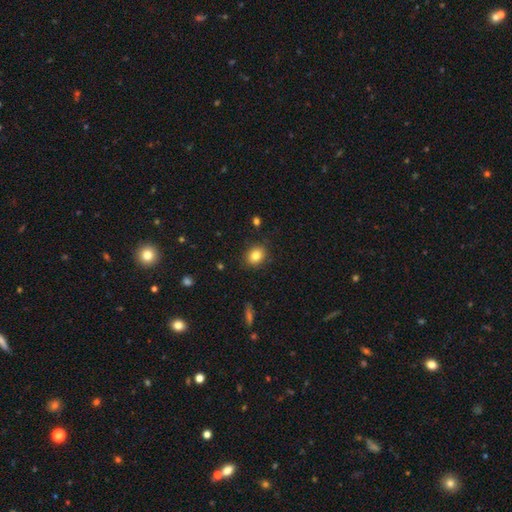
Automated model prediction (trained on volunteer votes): Smooth or featured: smooth — 82% (star or artifact — 10%)
How rounded: round — 60% (in between — 39%)
Merging: none — 87% (minor disturbance — 9%)